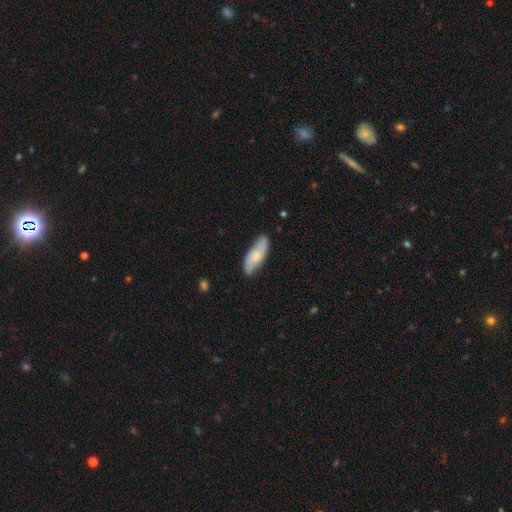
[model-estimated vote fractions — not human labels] Smooth or featured? Predicted: smooth (p=0.66). How rounded? Predicted: in between (p=0.68). Merging? Predicted: none (p=0.79).